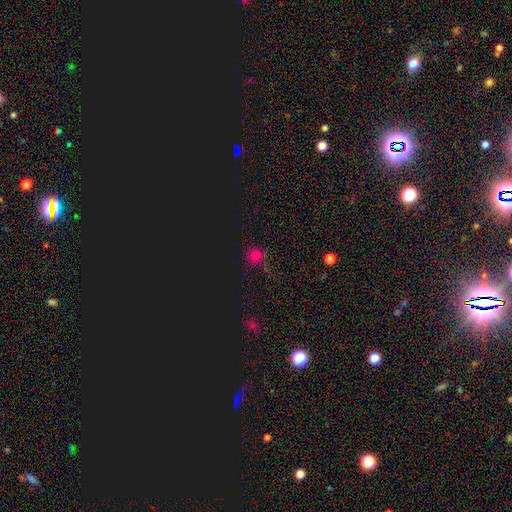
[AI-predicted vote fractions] The model was most divided on "smooth or featured": smooth: 54%, star or artifact: 39%, featured or disk: 6%. More confident: how rounded — round (89%); merging — none (72%).